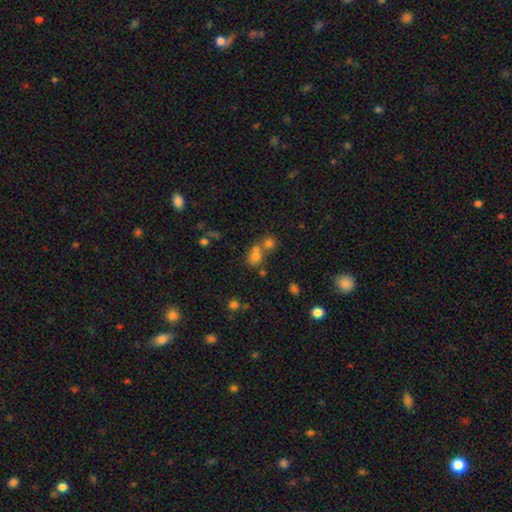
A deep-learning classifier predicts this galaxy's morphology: smooth-or-featured: smooth: 67% | star or artifact: 20% | featured or disk: 13%
  how-rounded: round: 68% | in between: 31% | cigar-shaped: 1%
  merging: merger: 51% | none: 37% | minor disturbance: 7% | major disturbance: 4%